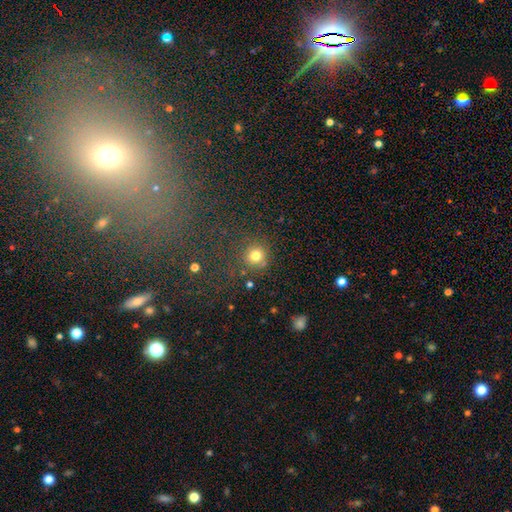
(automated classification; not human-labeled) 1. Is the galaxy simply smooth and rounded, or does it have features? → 76% smooth, 18% star or artifact, 7% featured or disk.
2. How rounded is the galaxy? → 92% round, 7% in between, 1% cigar-shaped.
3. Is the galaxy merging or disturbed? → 78% none, 10% minor disturbance, 7% merger, 5% major disturbance.